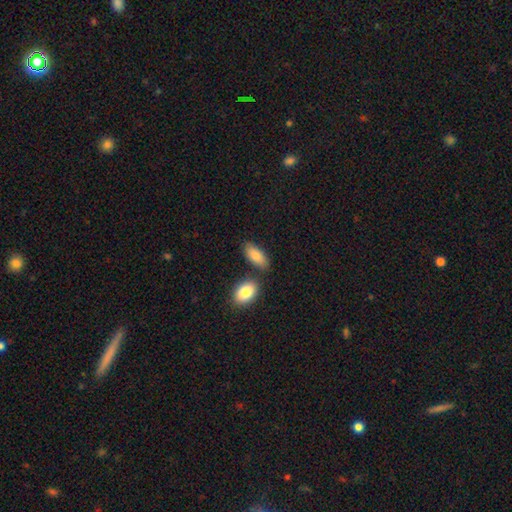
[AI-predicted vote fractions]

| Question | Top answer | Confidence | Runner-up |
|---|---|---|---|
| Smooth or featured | smooth | 87% | featured or disk (7%) |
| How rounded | in between | 87% | cigar-shaped (10%) |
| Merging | none | 71% | minor disturbance (13%) |